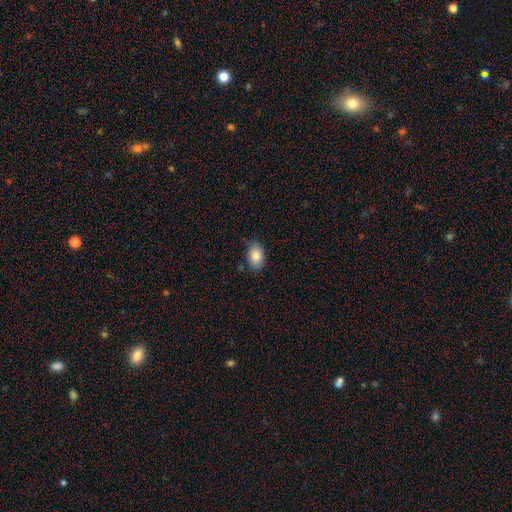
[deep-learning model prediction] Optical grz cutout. It shows a smooth galaxy with no disk features (85%) that is in between round and cigar-shaped (89%). Merging: none (85%).